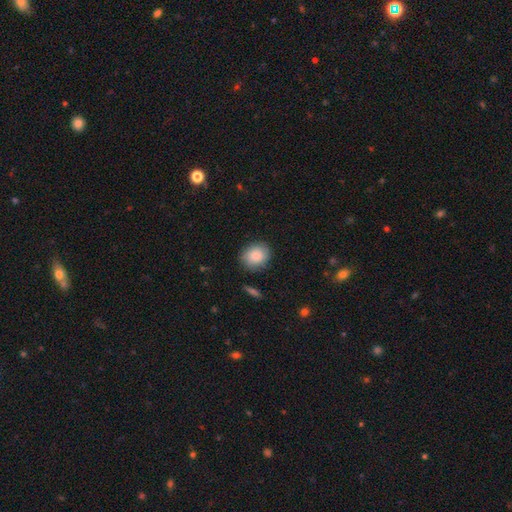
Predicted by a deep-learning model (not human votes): Smooth or featured: smooth — 86% (featured or disk — 7%)
How rounded: round — 67% (in between — 32%)
Merging: none — 85% (minor disturbance — 11%)